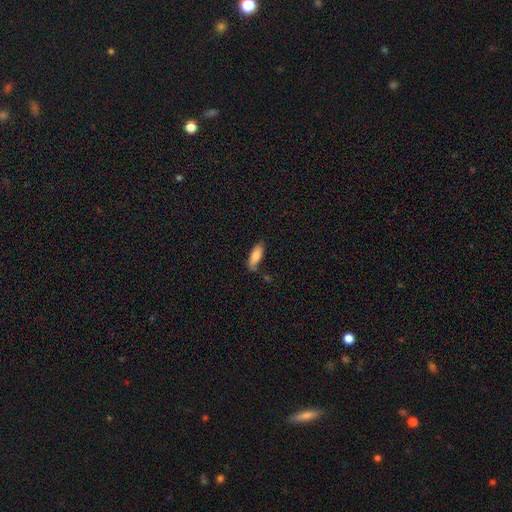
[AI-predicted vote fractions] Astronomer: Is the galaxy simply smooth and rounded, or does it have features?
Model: smooth — 82%.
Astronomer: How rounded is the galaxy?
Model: in between — 67%.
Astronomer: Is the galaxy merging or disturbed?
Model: none — 68%.